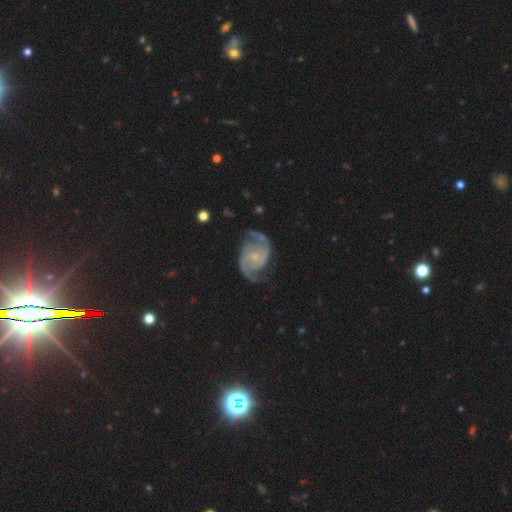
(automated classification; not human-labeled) Smooth or featured?
  - featured or disk: 91% *
  - smooth: 5%
  - star or artifact: 4%
Edge-on disk?
  - no: 98% *
  - yes: 2%
Bar?
  - no: 61% *
  - weak: 32%
  - strong: 7%
Spiral arms?
  - yes: 98% *
  - no: 2%
Spiral winding?
  - medium: 54% *
  - loose: 27%
  - tight: 19%
Spiral arm count?
  - 2: 90% *
  - 3: 3%
  - can't tell: 3%
  - 1: 1%
  - 4: 1%
  - more than 4: 1%
Bulge size?
  - small: 71% *
  - moderate: 16%
  - none: 11%
  - large: 1%
  - dominant: 1%
Merging?
  - none: 69% *
  - minor disturbance: 19%
  - major disturbance: 10%
  - merger: 2%